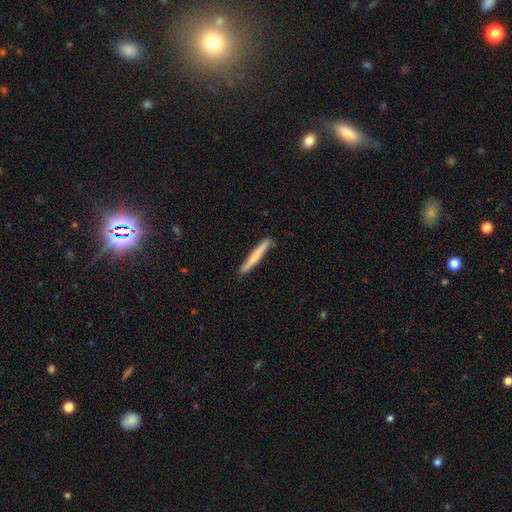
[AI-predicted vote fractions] Smooth or featured?
  - smooth: 68% *
  - featured or disk: 27%
  - star or artifact: 5%
How rounded?
  - cigar-shaped: 97% *
  - in between: 2%
  - round: 1%
Merging?
  - none: 89% *
  - minor disturbance: 8%
  - major disturbance: 1%
  - merger: 1%